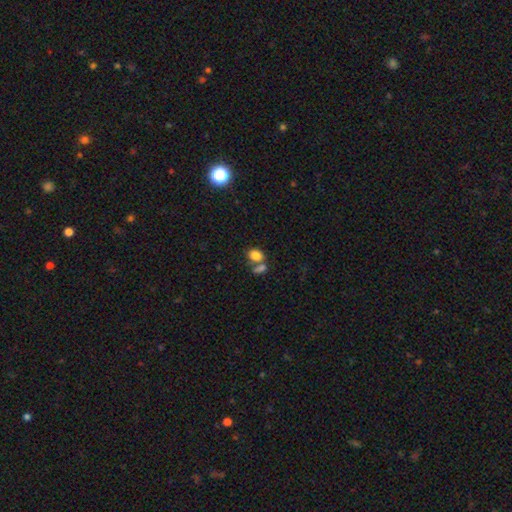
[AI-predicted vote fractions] Overall: smooth (81%). How rounded: in between (69%; round 29%). Merging: merger (45%; none 40%).